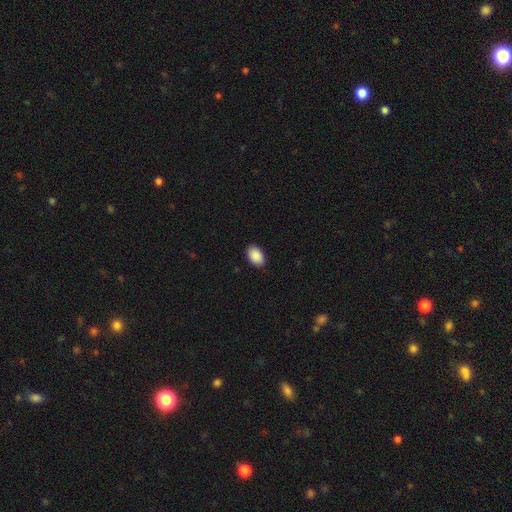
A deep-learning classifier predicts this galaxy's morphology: This appears to be a smooth galaxy with no disk features (91%) that is in between round and cigar-shaped (88%). Merging: none (89%).